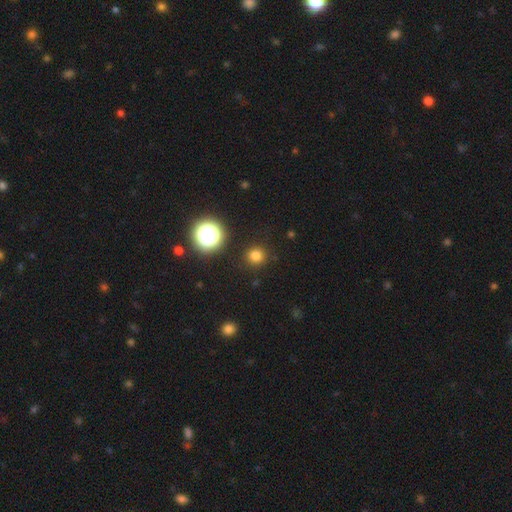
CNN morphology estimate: Overall: smooth (78%). How rounded: round (94%). Merging: none (91%).